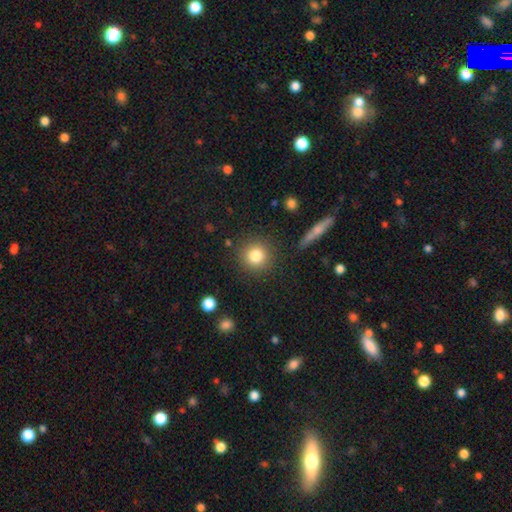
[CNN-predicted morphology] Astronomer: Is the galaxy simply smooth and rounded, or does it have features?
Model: smooth — 82%.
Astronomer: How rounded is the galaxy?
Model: round — 91%.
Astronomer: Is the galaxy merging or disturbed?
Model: none — 87%.